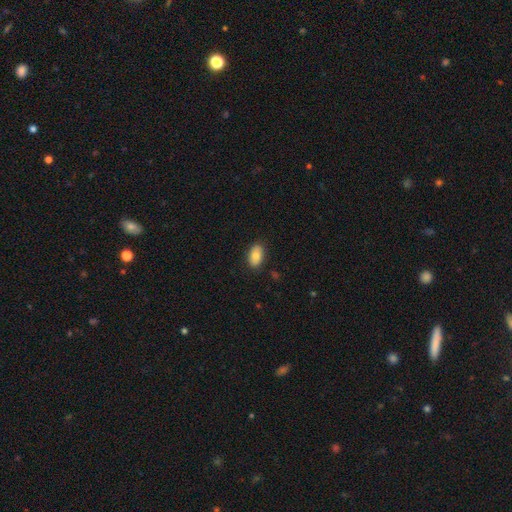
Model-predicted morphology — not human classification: type=smooth (80%); roundness=in between (92%); merging=none (86%).